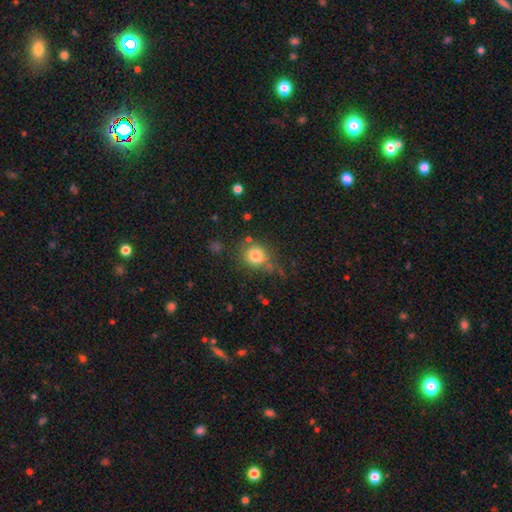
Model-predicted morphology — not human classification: Smooth or featured? Predicted: smooth (p=0.80). How rounded? Predicted: round (p=0.84). Merging? Predicted: none (p=0.67).